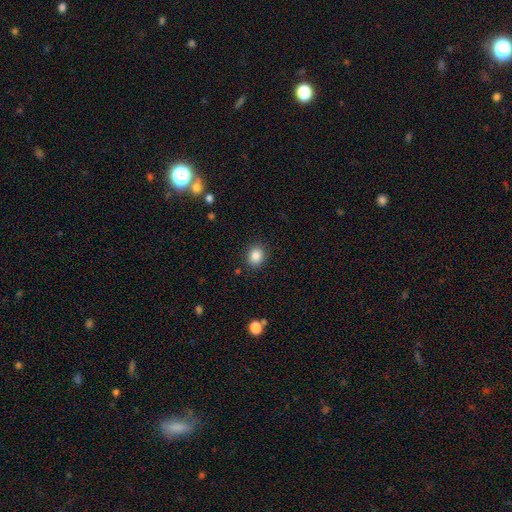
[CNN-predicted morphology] A smooth galaxy with no disk features (86%) that is round (72%). Merging: none (89%).